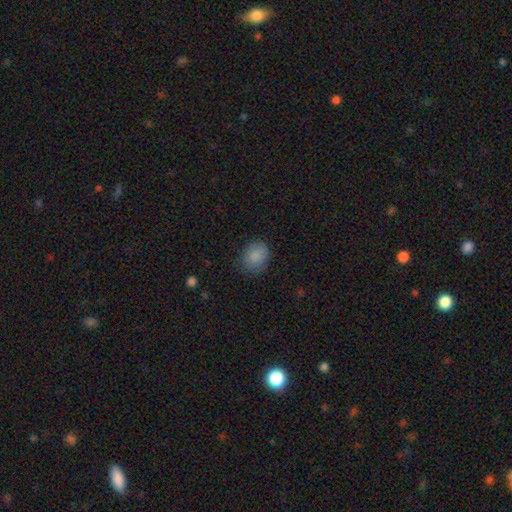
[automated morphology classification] smooth_or_featured: smooth (p=0.86) [alt: star or artifact p=0.08]
how_rounded: round (p=0.59) [alt: in between p=0.40]
merging: none (p=0.75) [alt: minor disturbance p=0.19]